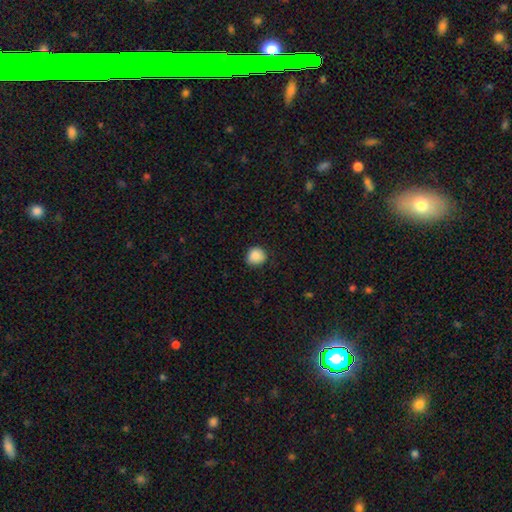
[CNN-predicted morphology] A smooth galaxy with no disk features (88%) that is round (87%). Merging: none (85%).